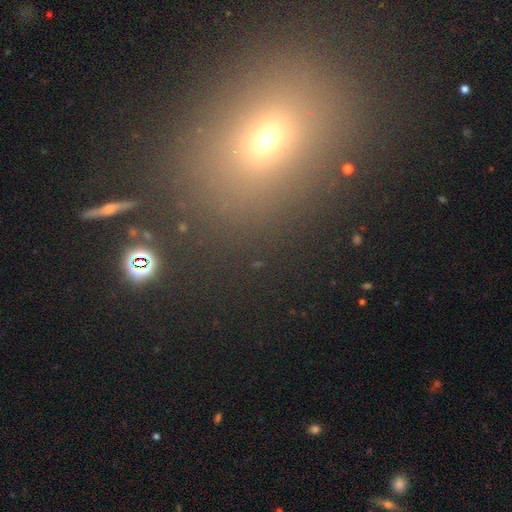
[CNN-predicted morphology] Smooth or featured: smooth — 48% (star or artifact — 40%)
Merging: none — 83% (minor disturbance — 8%)